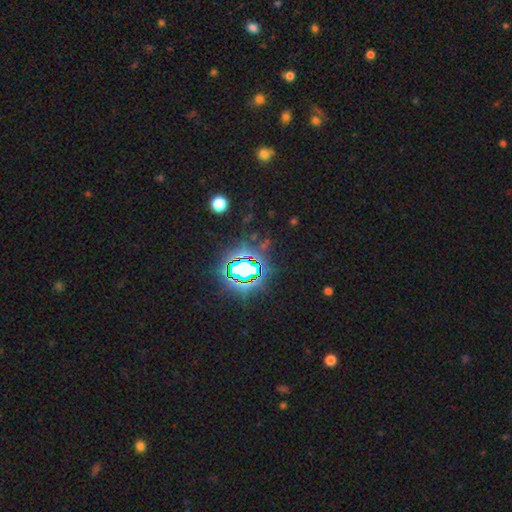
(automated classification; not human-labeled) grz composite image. It shows a star or artifact, not a galaxy (83%).